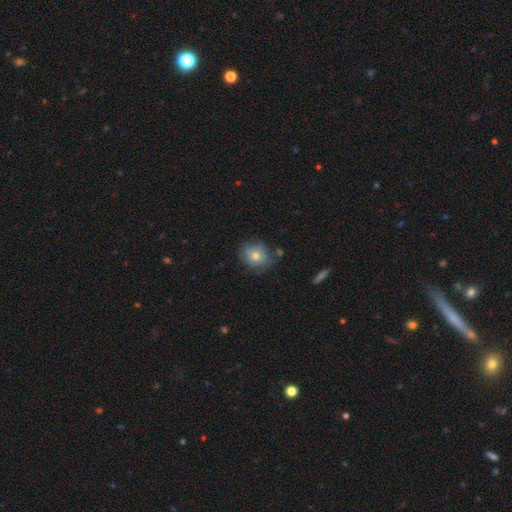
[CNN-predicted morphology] smooth-or-featured: smooth: 68% | featured or disk: 22% | star or artifact: 10%
  how-rounded: round: 80% | in between: 19% | cigar-shaped: 1%
  merging: none: 70% | minor disturbance: 21% | major disturbance: 5% | merger: 4%